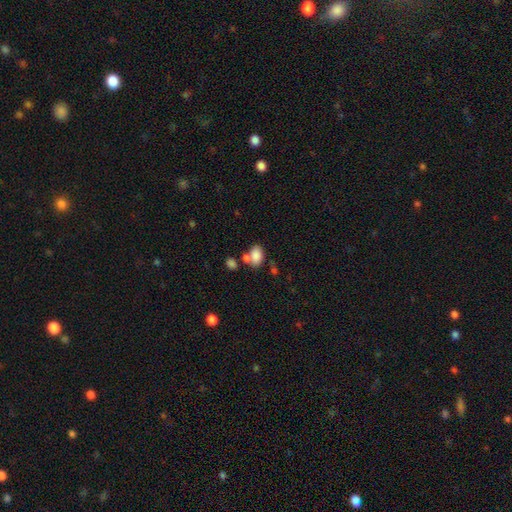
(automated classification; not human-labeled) A smooth galaxy with no disk features (83%) that is in between round and cigar-shaped (80%). Merging: none (48%).